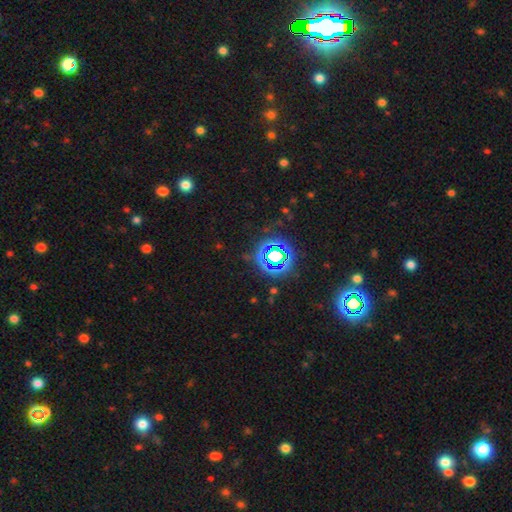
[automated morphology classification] Smooth or featured? star or artifact (72%)